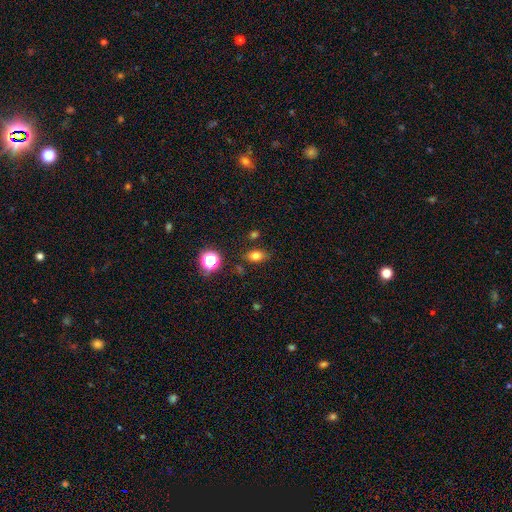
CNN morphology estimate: Smooth or featured?
  - smooth: 77% *
  - star or artifact: 15%
  - featured or disk: 9%
How rounded?
  - in between: 78% *
  - round: 19%
  - cigar-shaped: 3%
Merging?
  - none: 80% *
  - minor disturbance: 12%
  - merger: 4%
  - major disturbance: 3%